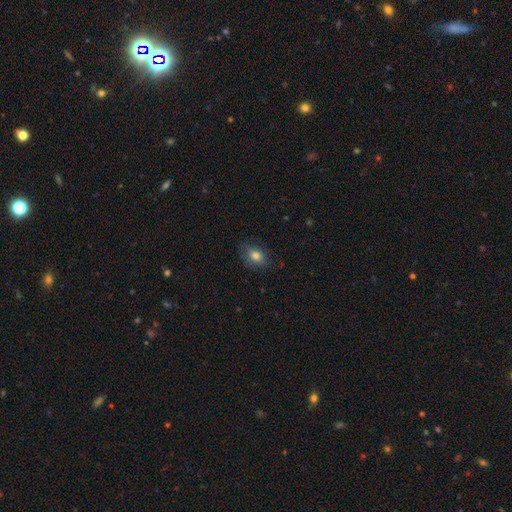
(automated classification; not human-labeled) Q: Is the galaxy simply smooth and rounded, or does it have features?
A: smooth — 80%.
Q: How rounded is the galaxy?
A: in between — 64%.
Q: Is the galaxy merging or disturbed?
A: none — 77%.